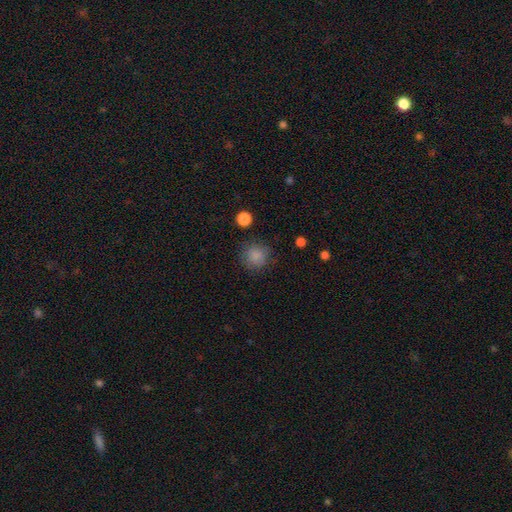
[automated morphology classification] Smooth or featured? Predicted: smooth (p=0.85). How rounded? Predicted: round (p=0.92). Merging? Predicted: none (p=0.83).